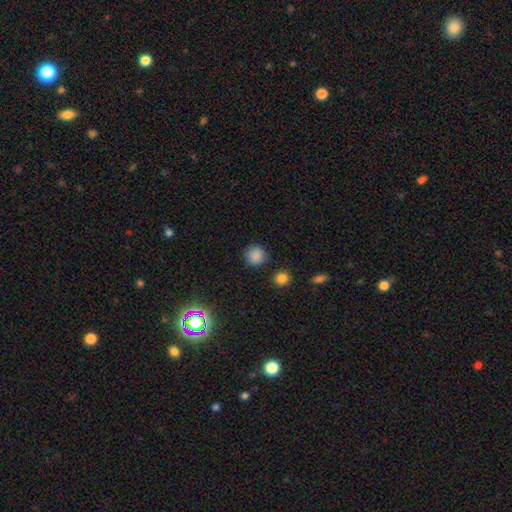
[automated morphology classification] smooth 85%, star or artifact 12%, featured or disk 3%. Down the decision tree: how rounded — round (92%); merging — none (85%).